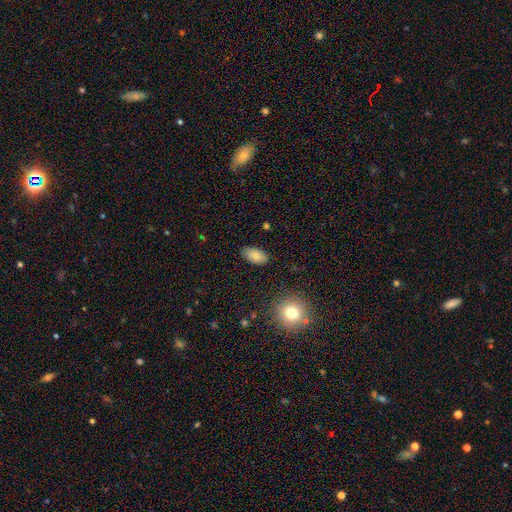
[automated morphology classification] smooth-or-featured: smooth: 81% | featured or disk: 10% | star or artifact: 9%
  how-rounded: in between: 93% | round: 5% | cigar-shaped: 2%
  merging: none: 84% | minor disturbance: 12% | major disturbance: 2% | merger: 1%